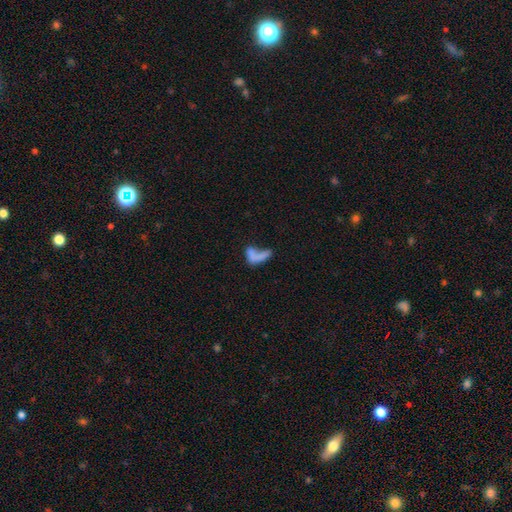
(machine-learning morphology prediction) Smooth or featured? Predicted: smooth (p=0.60). How rounded? Predicted: in between (p=0.69). Merging? Predicted: merger (p=0.33).